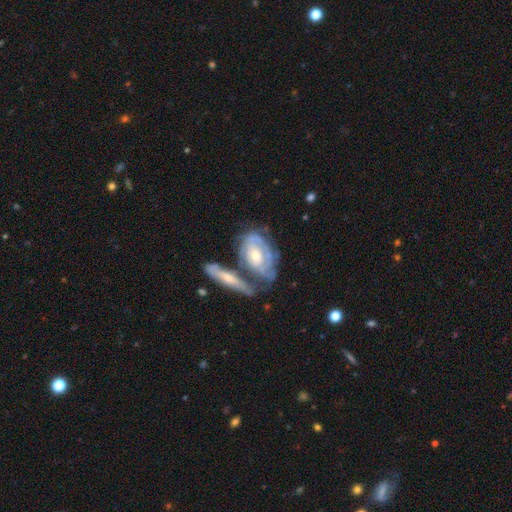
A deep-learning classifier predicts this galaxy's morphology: Smooth or featured? featured or disk (77%)
Edge-on disk? no (89%)
Bar? no (67%)
Spiral arms? yes (81%)
Spiral winding? tight (71%)
Spiral arm count? can't tell (57%)
Bulge size? moderate (60%)
Merging? none (43%)